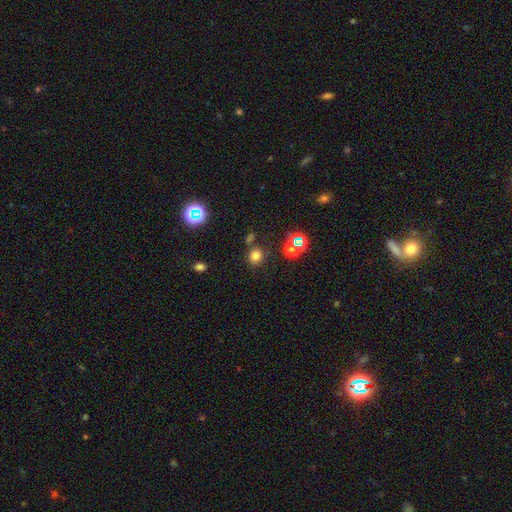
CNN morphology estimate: Overall: smooth (73%). How rounded: round (83%). Merging: none (76%).